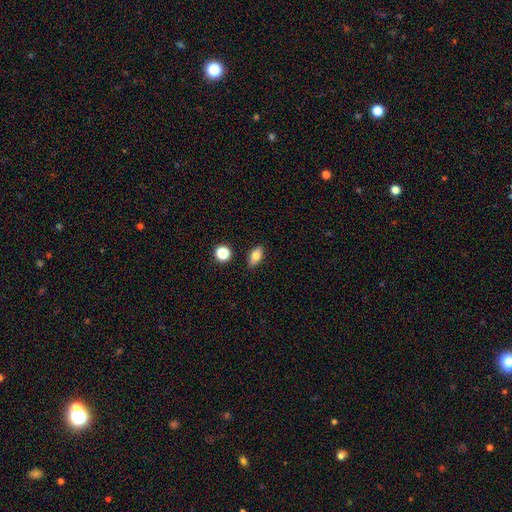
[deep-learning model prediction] Q: Smooth or featured?
A: smooth (77%); runner-up: featured or disk (14%)
Q: How rounded?
A: in between (81%); runner-up: round (10%)
Q: Merging?
A: none (86%); runner-up: minor disturbance (10%)